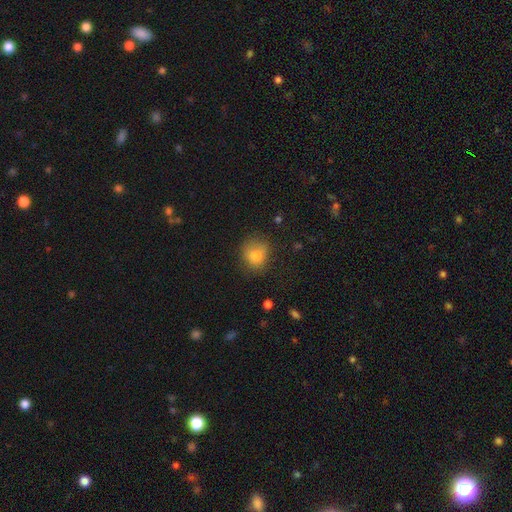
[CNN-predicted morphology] Smooth or featured: smooth — 80% (star or artifact — 11%)
How rounded: round — 63% (in between — 36%)
Merging: none — 62% (minor disturbance — 26%)